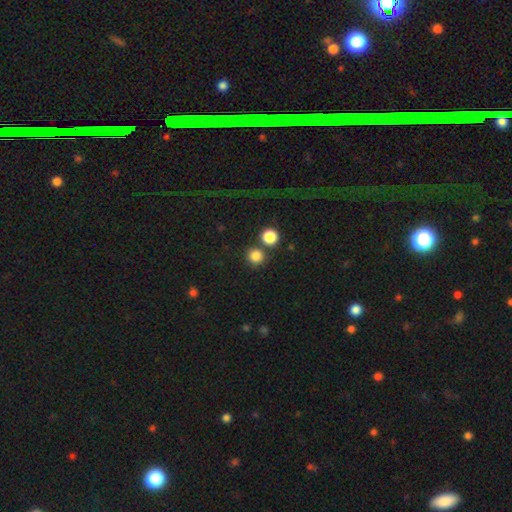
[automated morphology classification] Smooth or featured: smooth — 83% (star or artifact — 13%)
How rounded: round — 92% (in between — 7%)
Merging: none — 77% (merger — 13%)